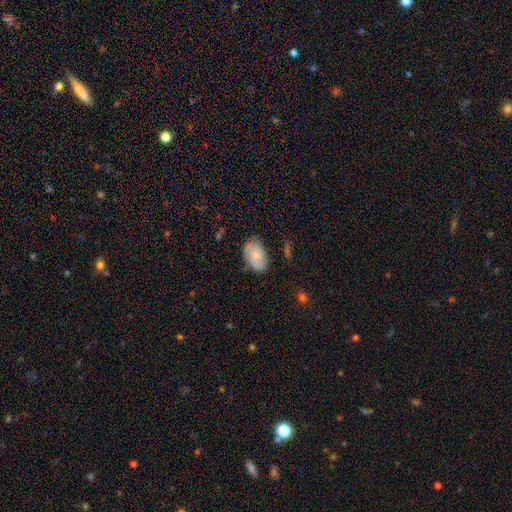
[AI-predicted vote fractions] A smooth galaxy with no disk features (56%) that is in between round and cigar-shaped (90%). Merging: none (69%).